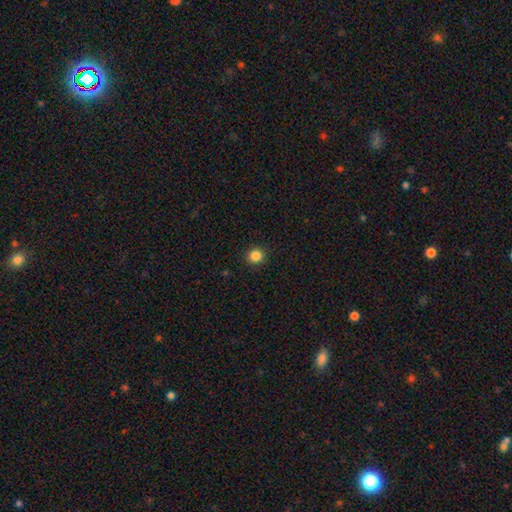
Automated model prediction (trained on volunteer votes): smooth_or_featured: smooth (p=0.85) [alt: star or artifact p=0.12]
how_rounded: round (p=0.93) [alt: in between p=0.06]
merging: none (p=0.93) [alt: minor disturbance p=0.05]